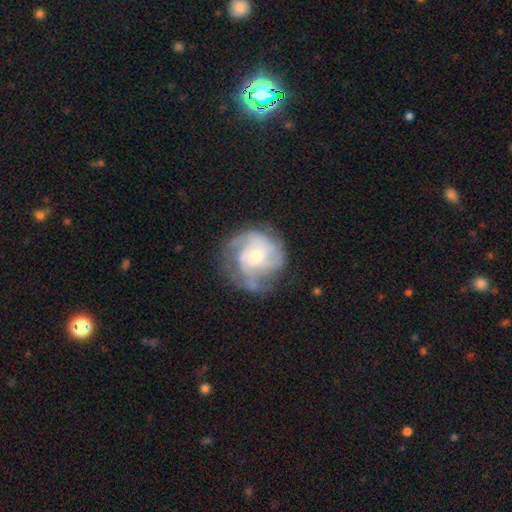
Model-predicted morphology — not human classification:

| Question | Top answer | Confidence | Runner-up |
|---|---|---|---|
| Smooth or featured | featured or disk | 79% | smooth (14%) |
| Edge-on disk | no | 98% | yes (2%) |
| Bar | no | 69% | weak (26%) |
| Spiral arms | yes | 91% | no (9%) |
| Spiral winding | tight | 53% | medium (36%) |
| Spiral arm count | can't tell | 31% | 3 (29%) |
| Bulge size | small | 49% | moderate (44%) |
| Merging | none | 64% | minor disturbance (21%) |